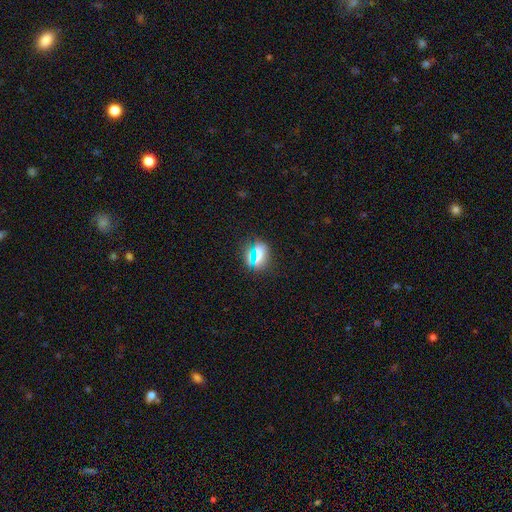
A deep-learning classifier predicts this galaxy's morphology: smooth 62%, star or artifact 23%, featured or disk 15%. Down the decision tree: how rounded — round (54%); merging — none (80%).